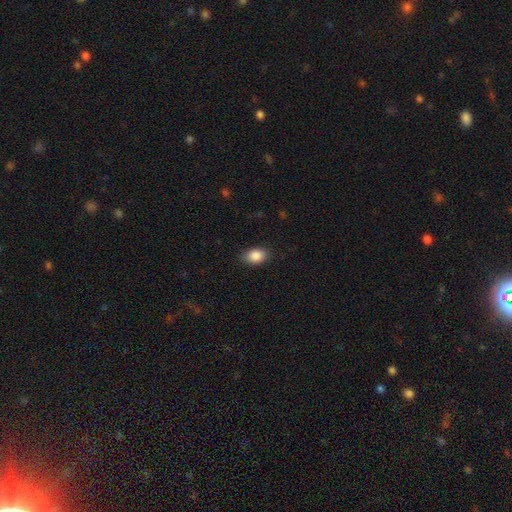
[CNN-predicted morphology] Smooth or featured? Predicted: smooth (p=0.88). How rounded? Predicted: in between (p=0.84). Merging? Predicted: none (p=0.85).